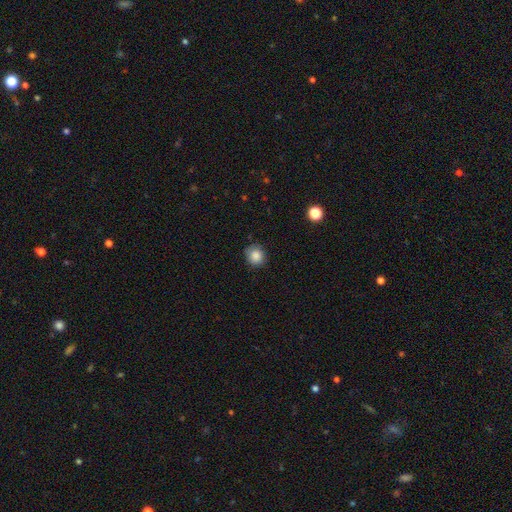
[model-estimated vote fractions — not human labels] The model was most divided on "merging": none: 81%, minor disturbance: 15%, major disturbance: 3%, merger: 1%. More confident: smooth or featured — smooth (86%); how rounded — round (85%).